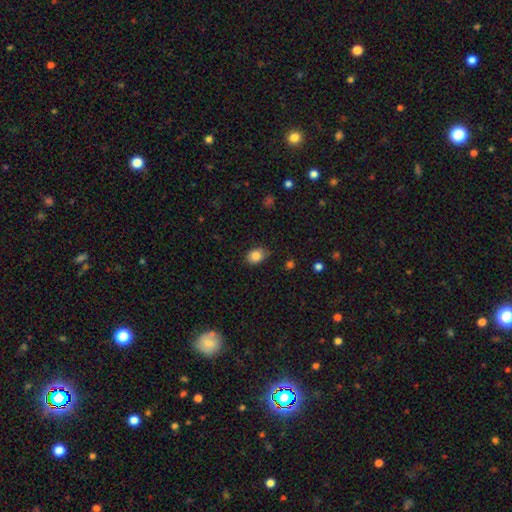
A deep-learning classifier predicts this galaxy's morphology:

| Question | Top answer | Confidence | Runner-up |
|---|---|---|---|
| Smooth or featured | smooth | 85% | star or artifact (9%) |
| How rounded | in between | 70% | round (29%) |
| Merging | none | 76% | minor disturbance (19%) |